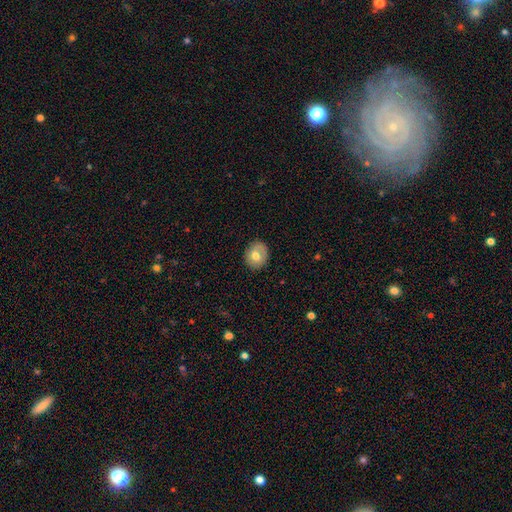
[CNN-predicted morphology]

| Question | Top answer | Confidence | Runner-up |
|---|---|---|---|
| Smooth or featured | smooth | 68% | featured or disk (24%) |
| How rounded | round | 70% | in between (29%) |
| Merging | none | 83% | minor disturbance (13%) |